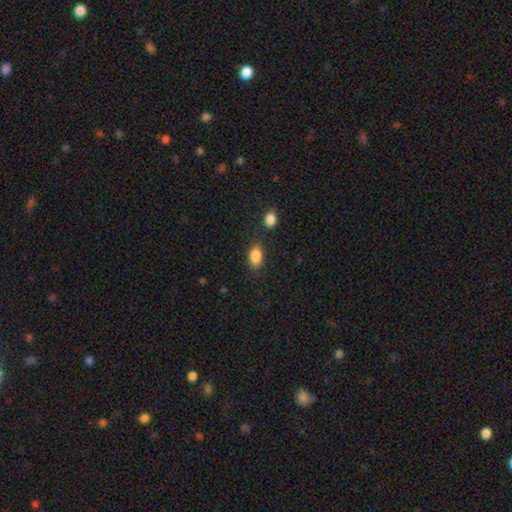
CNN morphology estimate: A smooth galaxy with no disk features (86%) that is in between round and cigar-shaped (89%). Merging: none (77%).